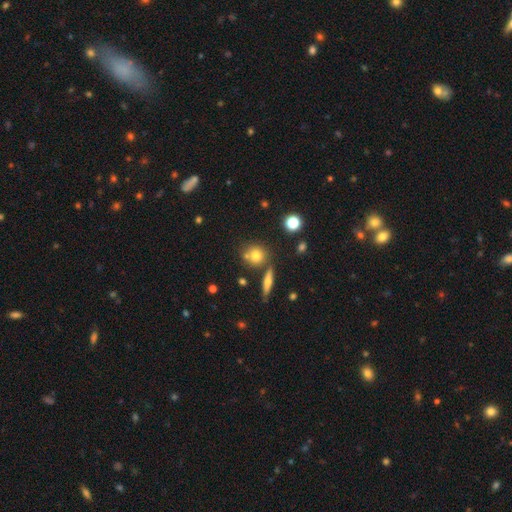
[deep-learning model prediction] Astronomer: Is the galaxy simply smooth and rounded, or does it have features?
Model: smooth — 72%.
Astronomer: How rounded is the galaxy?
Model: round — 83%.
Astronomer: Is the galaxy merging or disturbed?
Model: none — 67%.